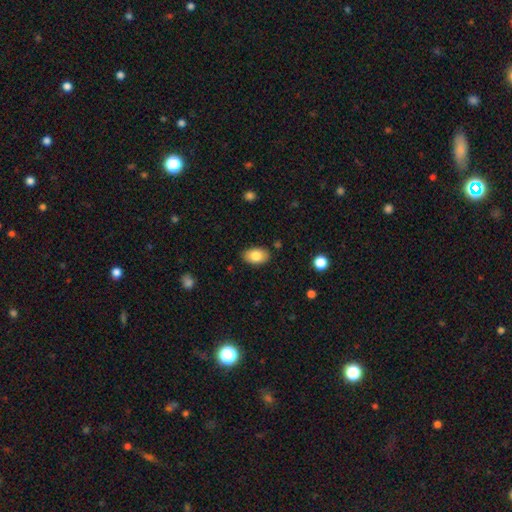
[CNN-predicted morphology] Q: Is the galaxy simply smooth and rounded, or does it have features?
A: smooth — 82%.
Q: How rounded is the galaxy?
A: in between — 89%.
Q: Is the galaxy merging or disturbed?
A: none — 85%.